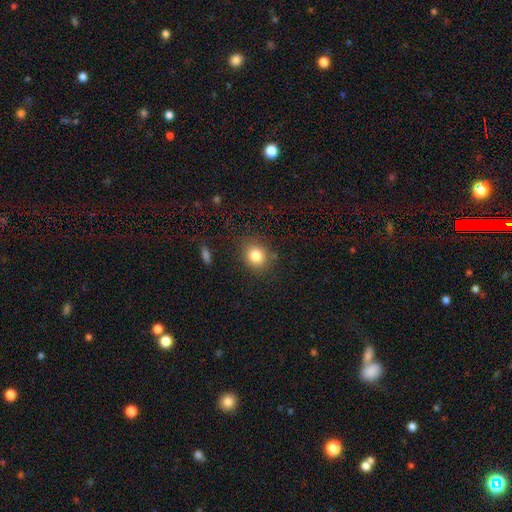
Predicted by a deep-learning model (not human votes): Morphology: type=smooth (82%); roundness=round (65%); merging=none (82%).